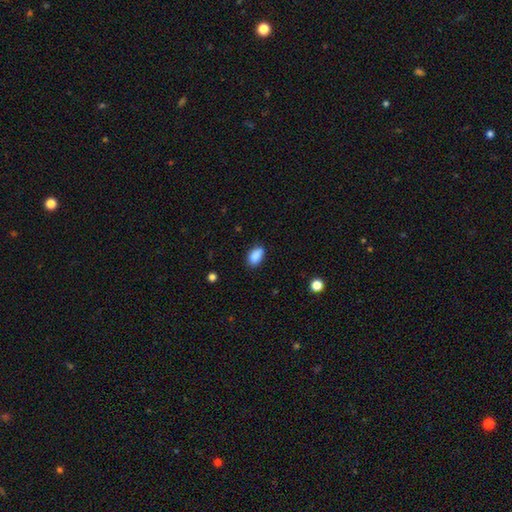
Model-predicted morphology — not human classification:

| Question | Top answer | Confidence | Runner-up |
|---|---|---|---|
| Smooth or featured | smooth | 88% | star or artifact (8%) |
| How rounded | in between | 90% | round (8%) |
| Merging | none | 79% | minor disturbance (17%) |